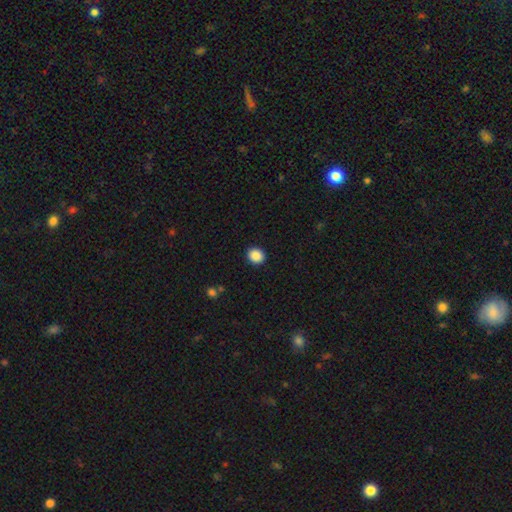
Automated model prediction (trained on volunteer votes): Smooth or featured? smooth (89%)
How rounded? round (79%)
Merging? none (92%)